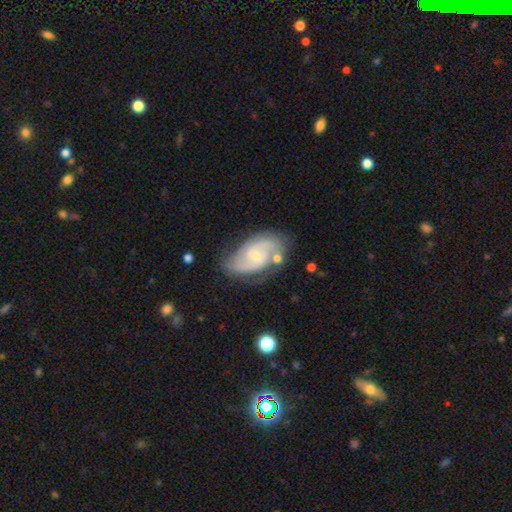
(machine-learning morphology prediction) A featured or disk galaxy (85%) with no bar (50%), 2 (79%) medium (49%) spiral arms (96%) and a small central bulge (67%).

Vote fractions:
- Smooth or featured? featured or disk: 85% / smooth: 10% / star or artifact: 5%
- Edge-on disk? no: 97% / yes: 3%
- Bar? no: 50% / weak: 43% / strong: 7%
- Spiral arms? yes: 96% / no: 4%
- Spiral winding? medium: 49% / tight: 39% / loose: 13%
- Spiral arm count? 2: 79% / can't tell: 9% / 3: 7% / 1: 2% / 4: 2% / more than 4: 1%
- Bulge size? small: 67% / moderate: 28% / none: 2% / large: 1% / dominant: 1%
- Merging? none: 69% / minor disturbance: 19% / major disturbance: 6% / merger: 6%